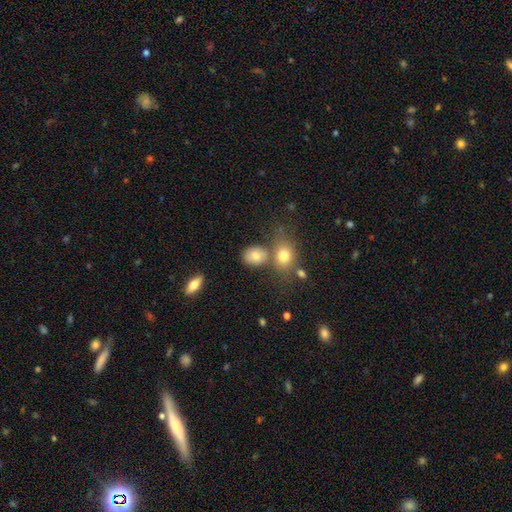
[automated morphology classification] A smooth galaxy with no disk features (80%) that is in between round and cigar-shaped (57%).

Vote fractions:
- Smooth or featured? smooth: 80% / star or artifact: 11% / featured or disk: 9%
- How rounded? in between: 57% / round: 41% / cigar-shaped: 2%
- Merging? none: 60% / merger: 20% / minor disturbance: 14% / major disturbance: 5%